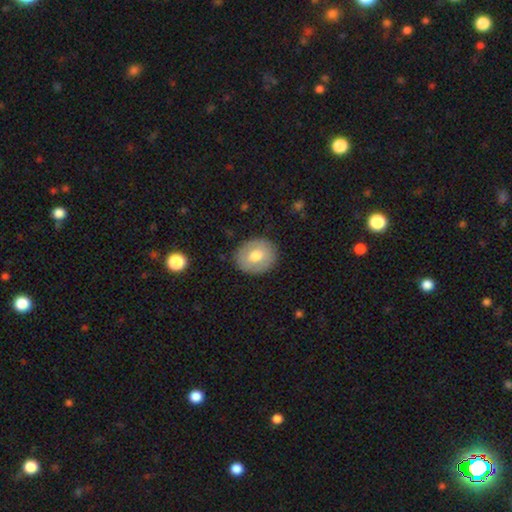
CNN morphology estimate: smooth 67%, featured or disk 26%, star or artifact 7%. Down the decision tree: how rounded — round (60%); merging — none (86%).